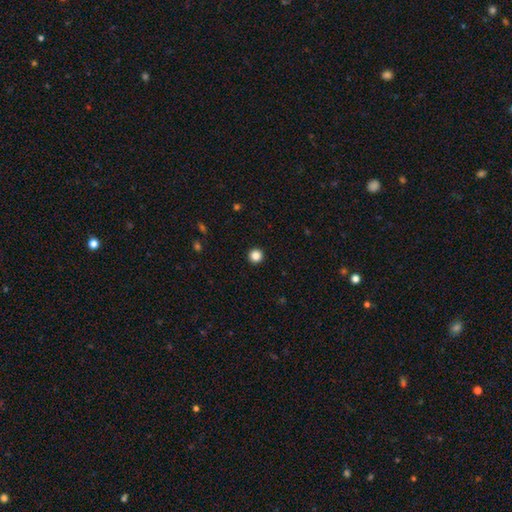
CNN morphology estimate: smooth 86%, star or artifact 11%, featured or disk 3%. Down the decision tree: how rounded — round (96%); merging — none (94%).